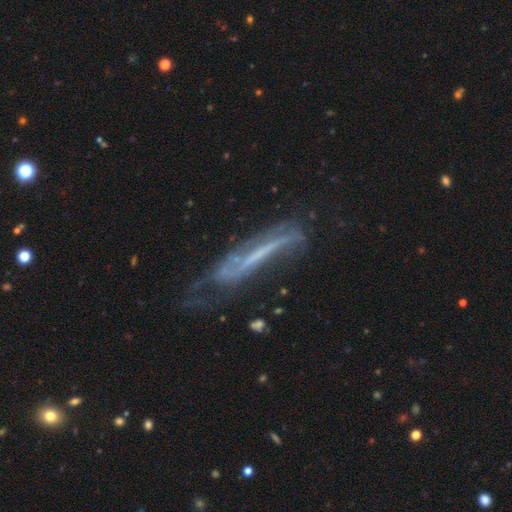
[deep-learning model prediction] Smooth or featured?
  - featured or disk: 67% *
  - smooth: 24%
  - star or artifact: 10%
Edge-on disk?
  - yes: 57% *
  - no: 43%
Merging?
  - none: 43% *
  - minor disturbance: 28%
  - major disturbance: 24%
  - merger: 5%